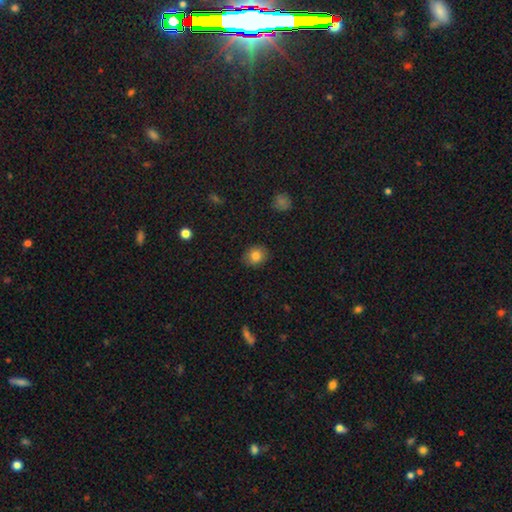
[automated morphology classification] Overall: smooth (82%). How rounded: round (63%; in between 36%). Merging: none (87%).